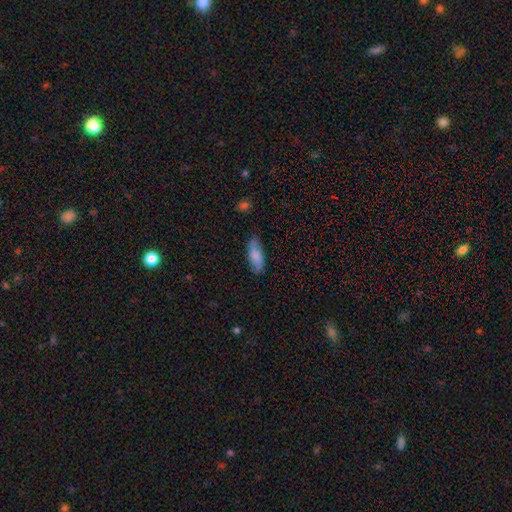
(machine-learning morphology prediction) A smooth galaxy with no disk features (77%) that is in between round and cigar-shaped (76%).

Vote fractions:
- Smooth or featured? smooth: 77% / featured or disk: 16% / star or artifact: 7%
- How rounded? in between: 76% / cigar-shaped: 22% / round: 2%
- Merging? none: 75% / minor disturbance: 19% / major disturbance: 4% / merger: 2%